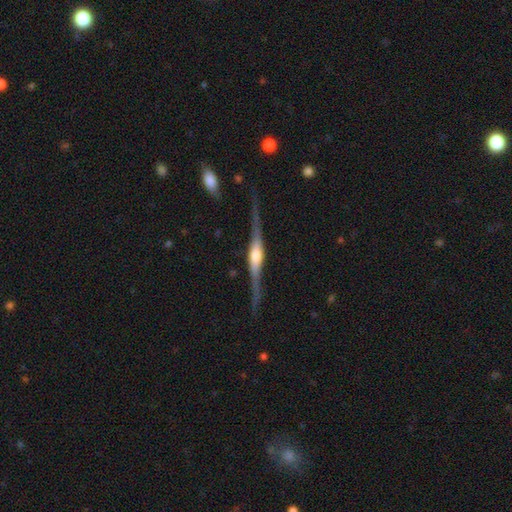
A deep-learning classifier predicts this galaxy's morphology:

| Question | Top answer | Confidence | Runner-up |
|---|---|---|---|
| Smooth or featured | featured or disk | 84% | smooth (11%) |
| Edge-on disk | yes | 96% | no (4%) |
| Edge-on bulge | rounded | 85% | boxy (11%) |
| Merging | none | 80% | minor disturbance (14%) |